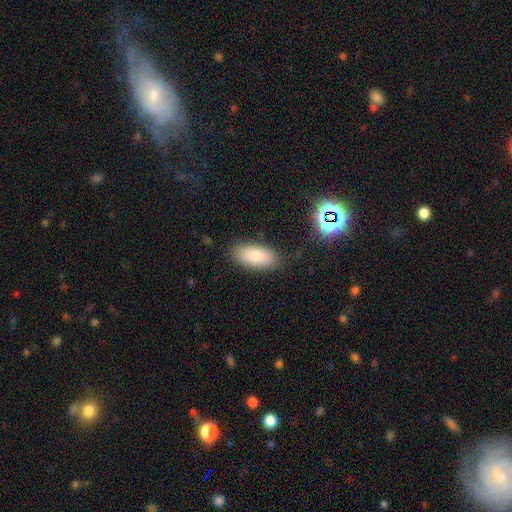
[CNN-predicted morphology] This appears to be a smooth galaxy with no disk features (84%) that is in between round and cigar-shaped (91%). Merging: none (83%).